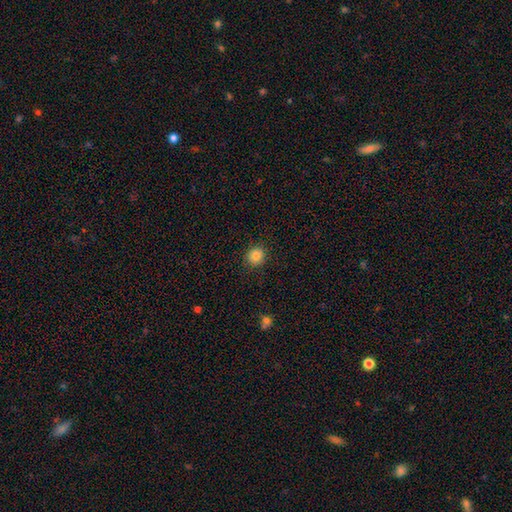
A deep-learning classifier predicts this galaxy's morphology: This appears to be a smooth galaxy with no disk features (83%) that is round (86%). Merging: none (89%).